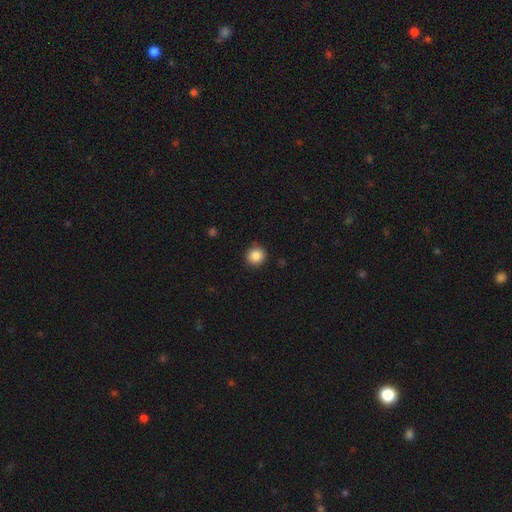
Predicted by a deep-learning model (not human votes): Q: Smooth or featured?
A: smooth (87%); runner-up: star or artifact (10%)
Q: How rounded?
A: round (93%); runner-up: in between (6%)
Q: Merging?
A: none (89%); runner-up: minor disturbance (8%)